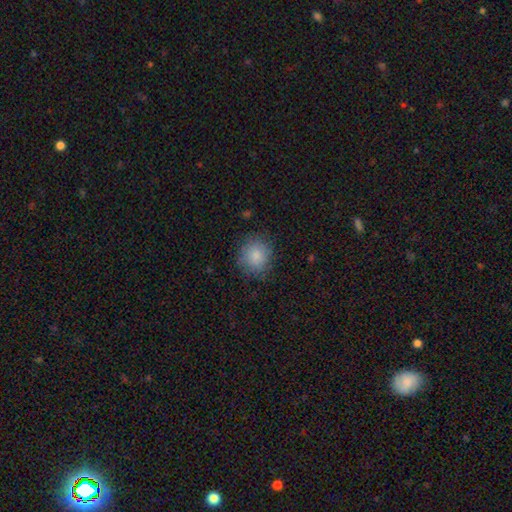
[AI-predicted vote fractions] smooth 85%, star or artifact 9%, featured or disk 7%. Down the decision tree: how rounded — round (84%); merging — none (80%).